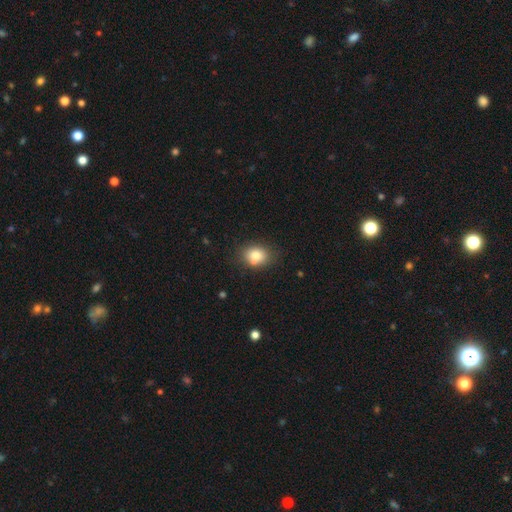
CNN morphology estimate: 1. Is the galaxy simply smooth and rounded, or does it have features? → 79% smooth, 11% featured or disk, 10% star or artifact.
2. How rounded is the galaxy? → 54% in between, 45% round, 1% cigar-shaped.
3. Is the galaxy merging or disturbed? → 68% none, 16% minor disturbance, 12% merger, 4% major disturbance.